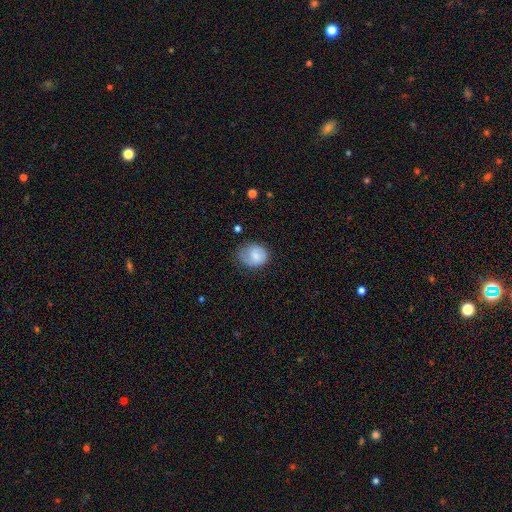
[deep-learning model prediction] smooth 76%, featured or disk 16%, star or artifact 8%. Down the decision tree: how rounded — round (57%); merging — none (50%).